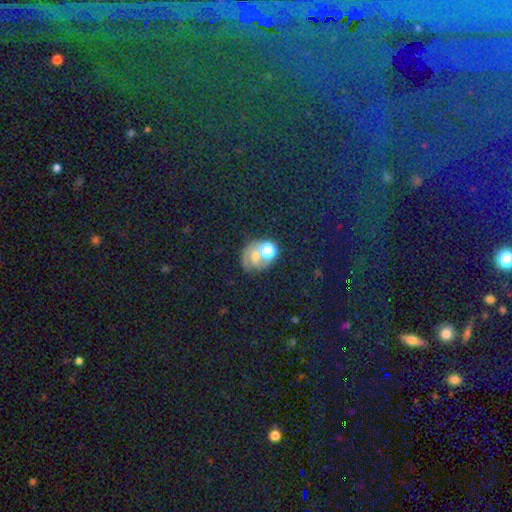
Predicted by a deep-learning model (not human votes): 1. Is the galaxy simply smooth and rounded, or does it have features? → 43% smooth, 30% star or artifact, 26% featured or disk.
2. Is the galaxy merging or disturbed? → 42% none, 29% merger, 16% minor disturbance, 13% major disturbance.